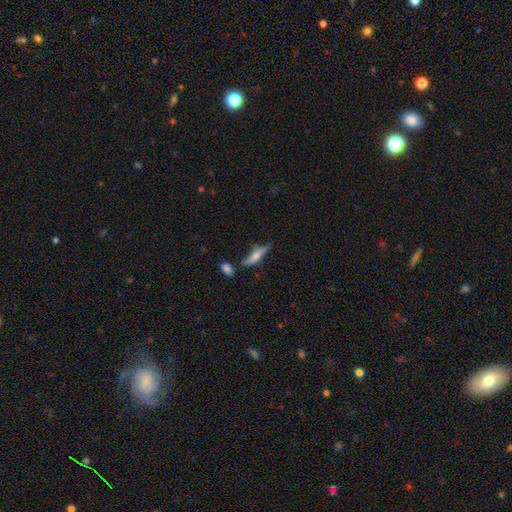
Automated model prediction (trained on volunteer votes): smooth 56%, featured or disk 36%, star or artifact 8%. Down the decision tree: how rounded — cigar-shaped (66%); merging — none (55%).